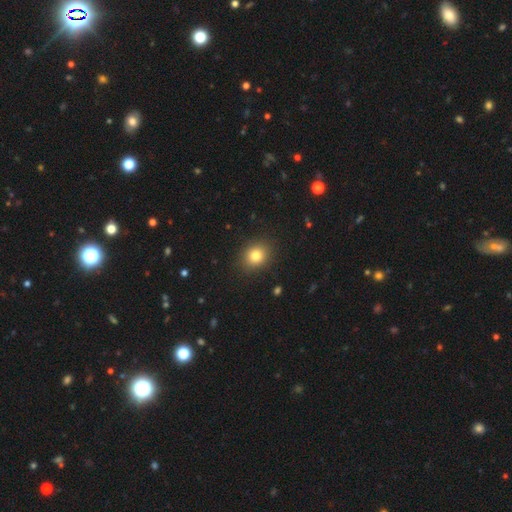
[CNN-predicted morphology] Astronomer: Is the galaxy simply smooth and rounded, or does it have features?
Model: smooth — 81%.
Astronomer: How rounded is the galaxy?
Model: round — 64%.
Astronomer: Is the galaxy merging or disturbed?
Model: none — 89%.